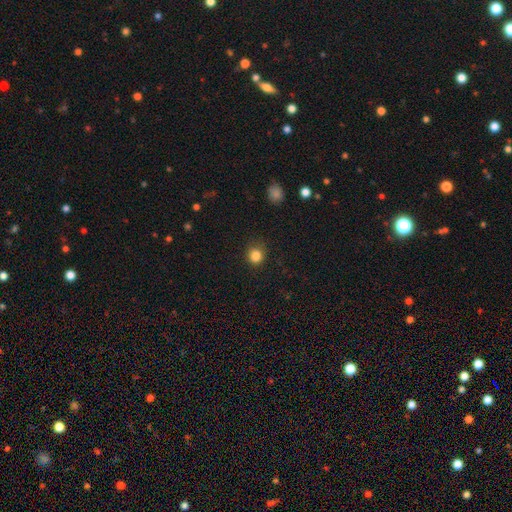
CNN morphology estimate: A smooth galaxy with no disk features (84%) that is round (86%). Merging: none (80%).